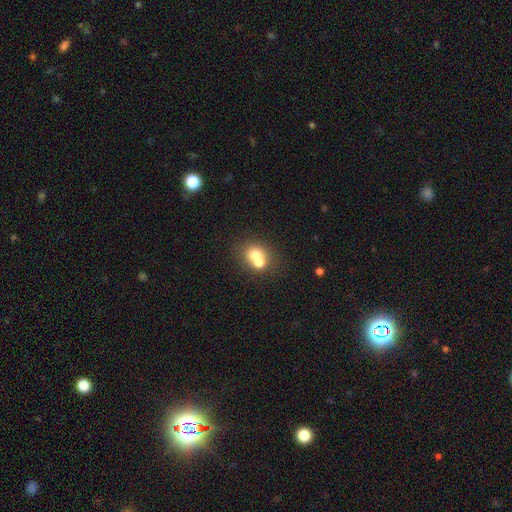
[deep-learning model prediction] This appears to be a smooth galaxy with no disk features (66%) that is round (69%). Merging: merger (60%).